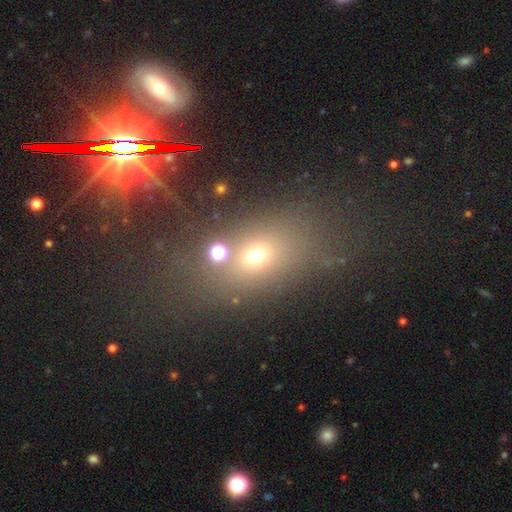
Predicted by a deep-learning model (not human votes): A smooth galaxy with no disk features (60%) that is in between round and cigar-shaped (65%). Merging: none (61%).